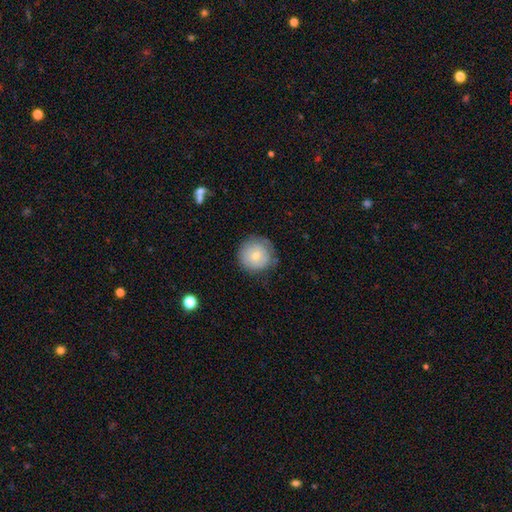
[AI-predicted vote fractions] The model was most divided on "smooth or featured": smooth: 67%, featured or disk: 25%, star or artifact: 8%. More confident: how rounded — round (94%); merging — none (74%).